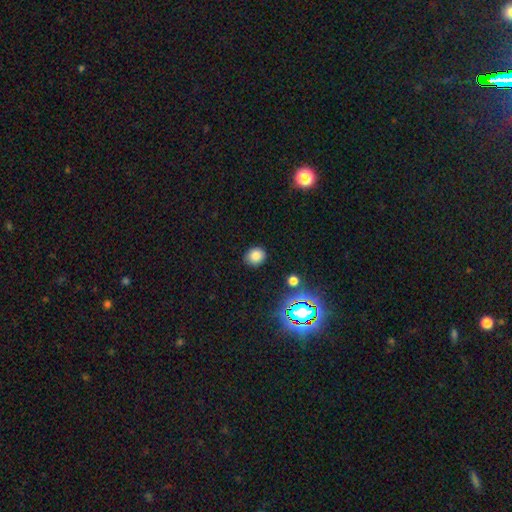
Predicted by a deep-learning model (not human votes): smooth 80%, star or artifact 15%, featured or disk 5%. Down the decision tree: how rounded — round (76%); merging — none (87%).